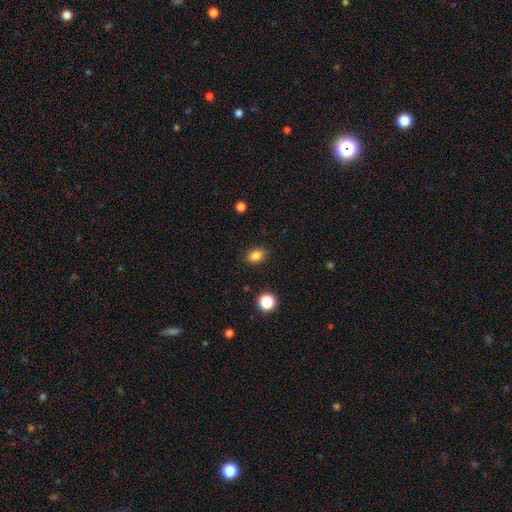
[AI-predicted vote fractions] Smooth or featured?
  - smooth: 83% *
  - star or artifact: 10%
  - featured or disk: 7%
How rounded?
  - in between: 79% *
  - round: 19%
  - cigar-shaped: 2%
Merging?
  - none: 88% *
  - minor disturbance: 9%
  - major disturbance: 2%
  - merger: 1%